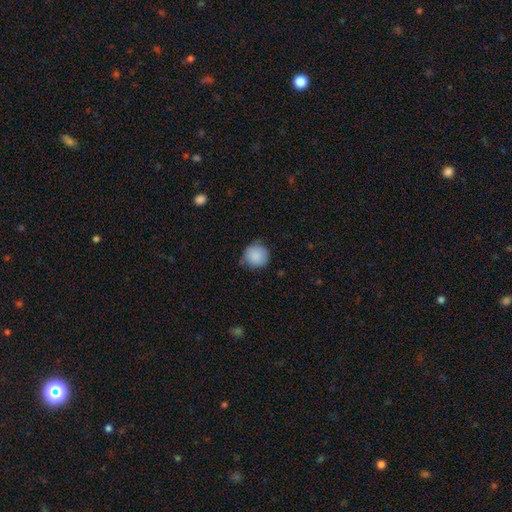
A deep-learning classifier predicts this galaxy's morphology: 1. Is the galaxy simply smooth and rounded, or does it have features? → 87% smooth, 7% star or artifact, 6% featured or disk.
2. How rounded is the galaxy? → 92% round, 7% in between, 1% cigar-shaped.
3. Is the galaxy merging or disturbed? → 69% none, 25% minor disturbance, 4% major disturbance, 2% merger.